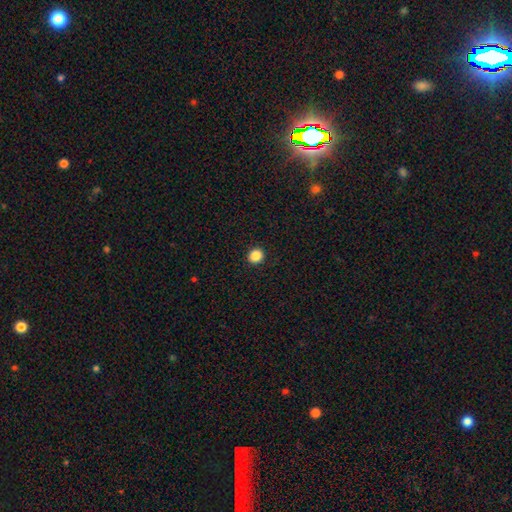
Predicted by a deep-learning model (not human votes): This appears to be a smooth galaxy with no disk features (87%) that is round (86%). Merging: none (92%).